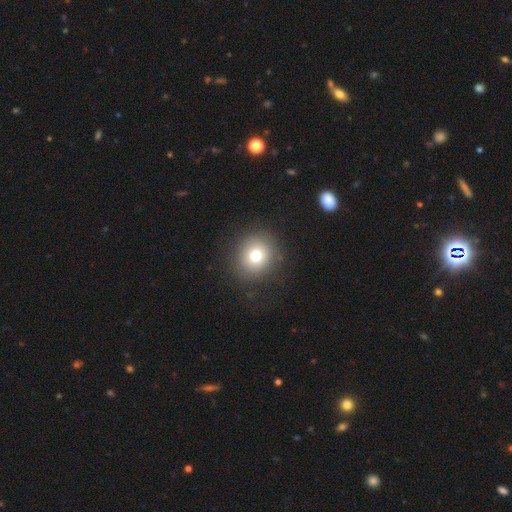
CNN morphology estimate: smooth 75%, star or artifact 13%, featured or disk 12%. Down the decision tree: how rounded — round (83%); merging — none (87%).